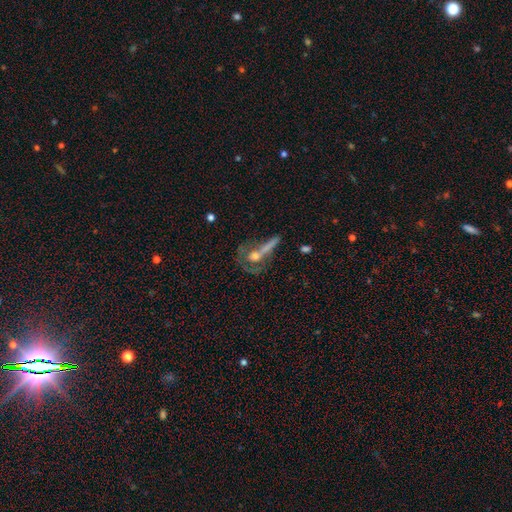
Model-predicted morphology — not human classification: Smooth or featured: featured or disk — 55% (smooth — 31%)
Edge-on disk: no — 63% (yes — 37%)
Merging: none — 39% (merger — 26%)